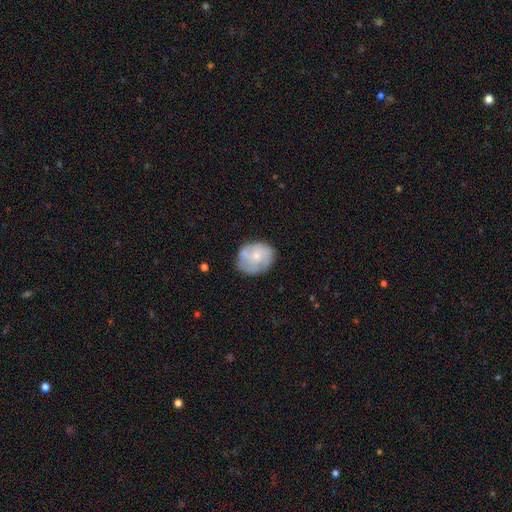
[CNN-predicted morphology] type=featured or disk (47%); merging=none (68%).